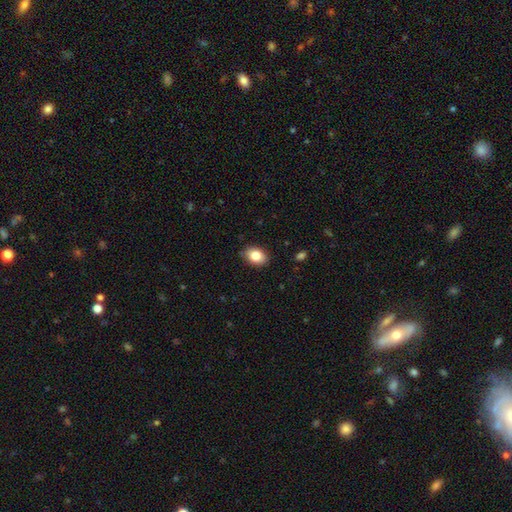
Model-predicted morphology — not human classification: Smooth or featured: smooth — 83% (featured or disk — 8%)
How rounded: in between — 78% (round — 21%)
Merging: none — 85% (minor disturbance — 12%)